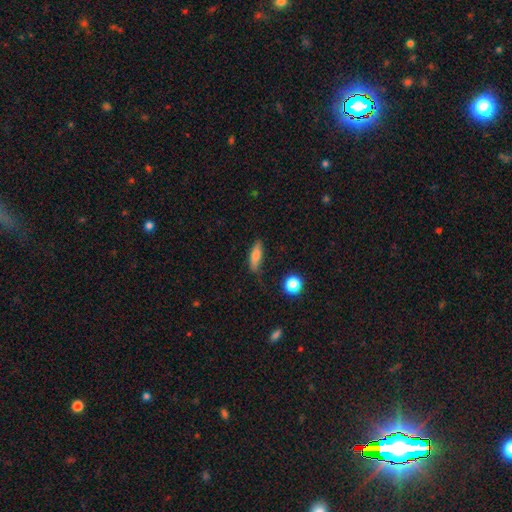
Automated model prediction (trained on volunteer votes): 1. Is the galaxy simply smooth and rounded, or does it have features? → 79% smooth, 12% featured or disk, 8% star or artifact.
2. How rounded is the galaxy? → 49% in between, 47% cigar-shaped, 4% round.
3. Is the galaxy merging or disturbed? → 78% none, 16% minor disturbance, 4% major disturbance, 2% merger.